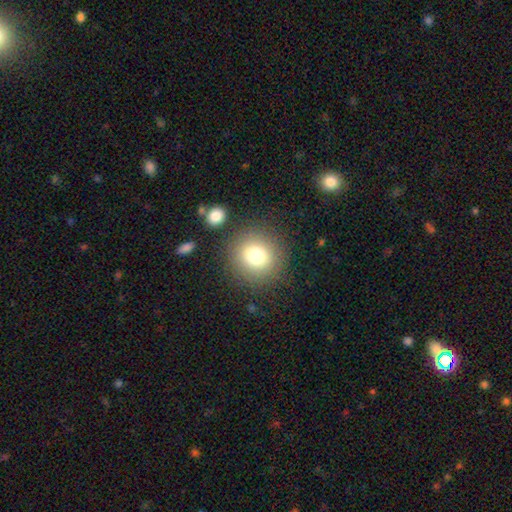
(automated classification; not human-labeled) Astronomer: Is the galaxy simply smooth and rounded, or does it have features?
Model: smooth — 78%.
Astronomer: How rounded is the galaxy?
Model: round — 92%.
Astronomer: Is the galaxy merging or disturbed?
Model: none — 85%.